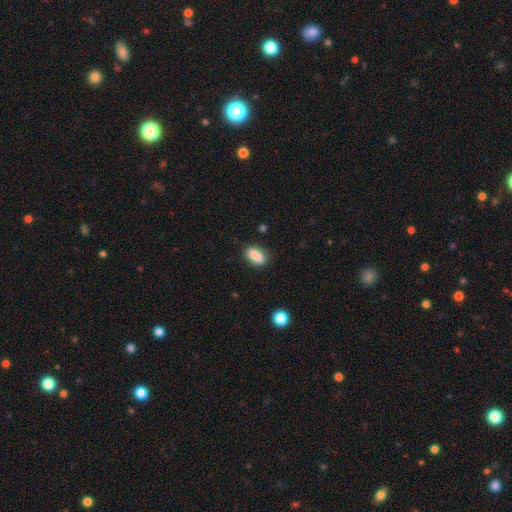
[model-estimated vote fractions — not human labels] smooth-or-featured: smooth: 85% | star or artifact: 8% | featured or disk: 7%
  how-rounded: in between: 79% | cigar-shaped: 15% | round: 6%
  merging: none: 81% | minor disturbance: 14% | major disturbance: 3% | merger: 2%